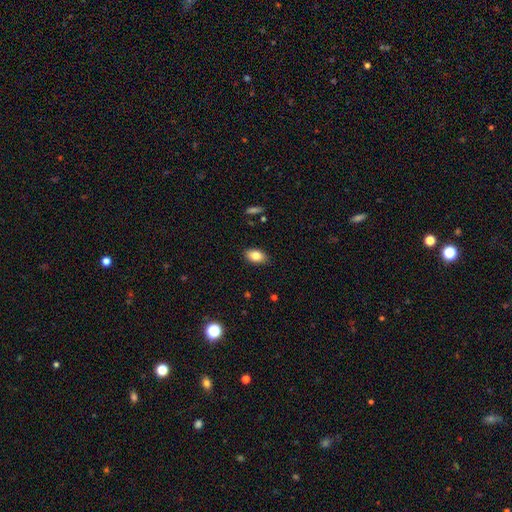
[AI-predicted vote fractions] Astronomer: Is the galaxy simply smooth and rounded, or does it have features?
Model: smooth — 83%.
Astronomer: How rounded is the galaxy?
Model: in between — 91%.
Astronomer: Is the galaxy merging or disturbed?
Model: none — 87%.